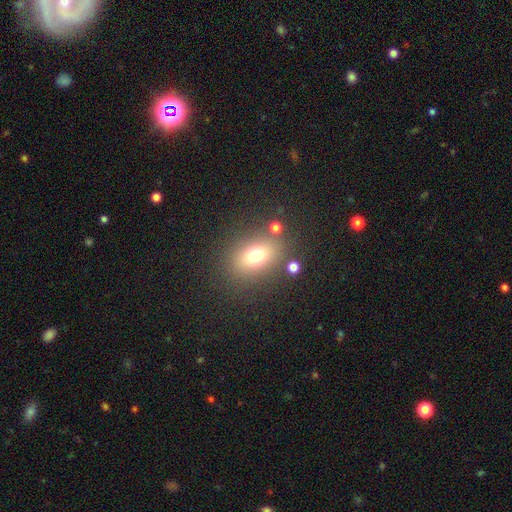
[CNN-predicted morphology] This appears to be a smooth galaxy with no disk features (73%) that is in between round and cigar-shaped (64%). Merging: none (79%).